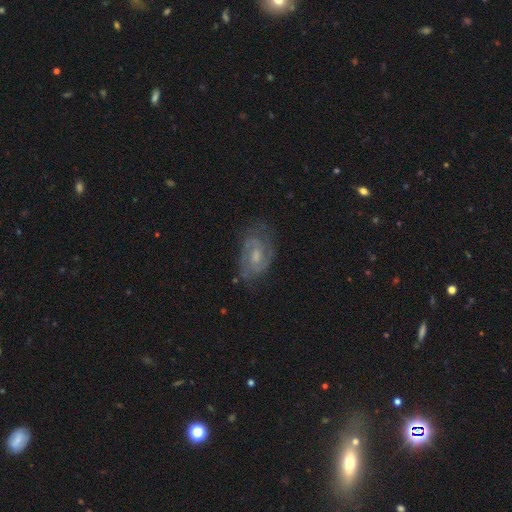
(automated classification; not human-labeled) This appears to be a featured or disk galaxy (79%) with a weak bar (52%), 2 (77%) medium (48%) spiral arms (92%) and a moderate central bulge (45%). Merging: none (71%).